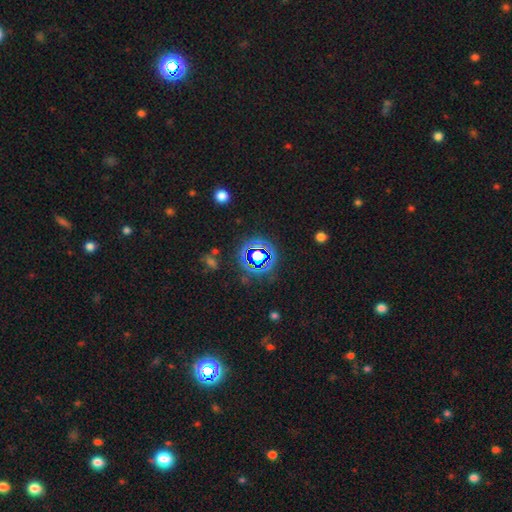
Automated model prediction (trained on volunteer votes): Smooth or featured?
  - star or artifact: 69% *
  - smooth: 20%
  - featured or disk: 12%